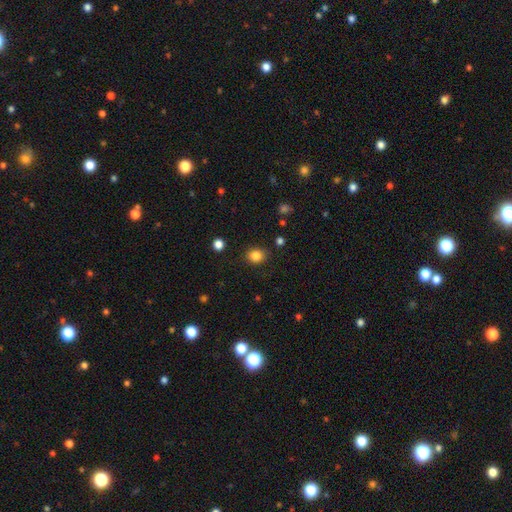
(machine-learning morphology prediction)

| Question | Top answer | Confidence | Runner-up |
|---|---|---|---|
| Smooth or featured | smooth | 84% | star or artifact (11%) |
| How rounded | round | 66% | in between (33%) |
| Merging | none | 85% | minor disturbance (10%) |